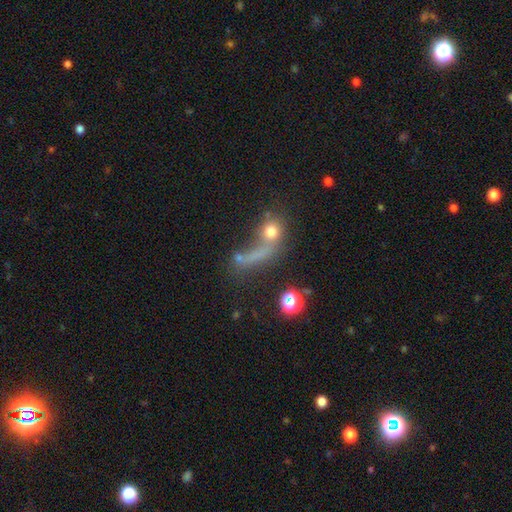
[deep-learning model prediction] Smooth or featured? Predicted: smooth (p=0.55). How rounded? Predicted: round (p=0.52). Merging? Predicted: none (p=0.30).